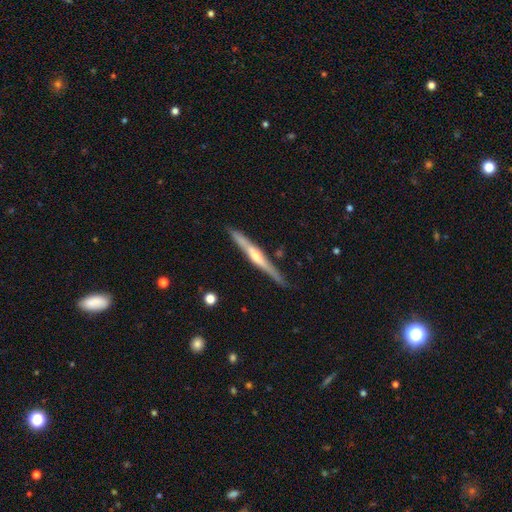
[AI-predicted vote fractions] Q: Smooth or featured?
A: featured or disk (73%); runner-up: smooth (22%)
Q: Edge-on disk?
A: yes (97%); runner-up: no (3%)
Q: Edge-on bulge?
A: rounded (72%); runner-up: none (20%)
Q: Merging?
A: none (86%); runner-up: minor disturbance (10%)